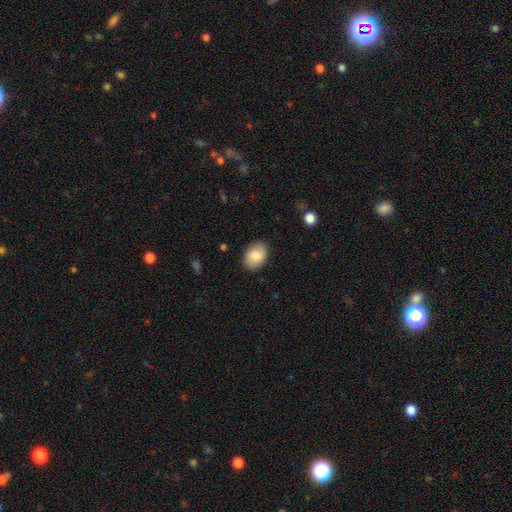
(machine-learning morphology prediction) Smooth or featured: smooth — 79% (featured or disk — 14%)
How rounded: in between — 78% (round — 20%)
Merging: none — 85% (minor disturbance — 12%)